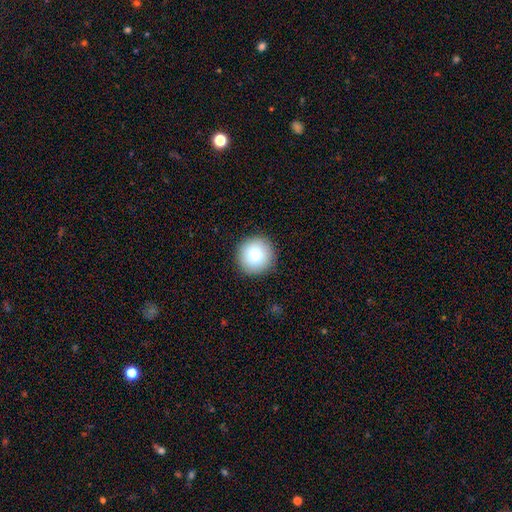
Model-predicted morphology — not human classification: smooth_or_featured: smooth (p=0.80) [alt: featured or disk p=0.11]
how_rounded: round (p=0.95) [alt: in between p=0.04]
merging: none (p=0.91) [alt: minor disturbance p=0.06]